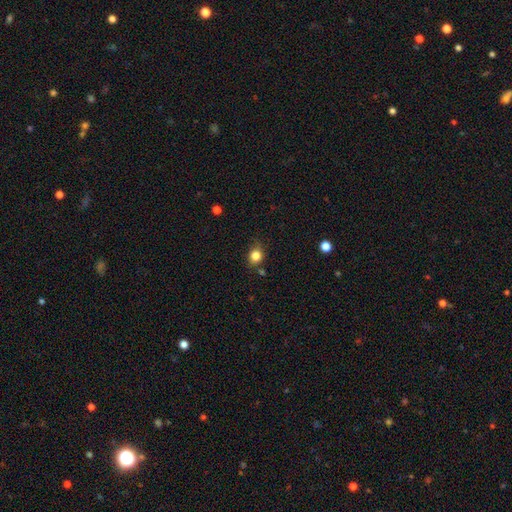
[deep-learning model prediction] smooth_or_featured: smooth (p=0.82) [alt: star or artifact p=0.12]
how_rounded: round (p=0.70) [alt: in between p=0.29]
merging: none (p=0.73) [alt: minor disturbance p=0.19]